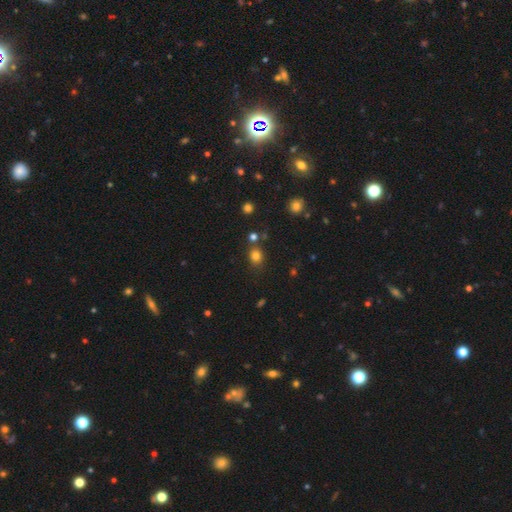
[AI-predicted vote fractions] A smooth galaxy with no disk features (79%) that is round (65%).

Vote fractions:
- Smooth or featured? smooth: 79% / star or artifact: 15% / featured or disk: 6%
- How rounded? round: 65% / in between: 34% / cigar-shaped: 1%
- Merging? none: 75% / minor disturbance: 12% / merger: 9% / major disturbance: 4%